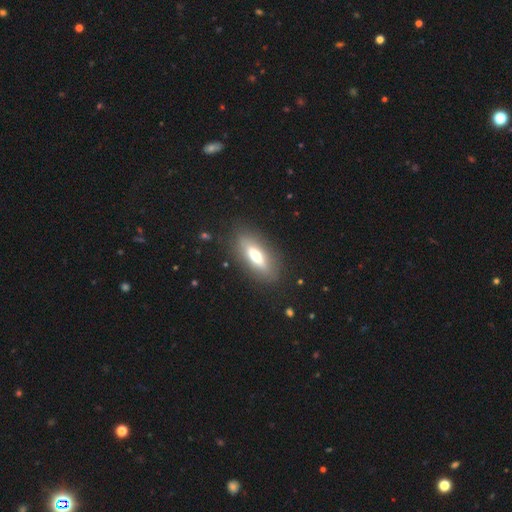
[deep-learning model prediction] smooth 57%, featured or disk 35%, star or artifact 8%. Down the decision tree: how rounded — in between (64%); merging — none (84%).